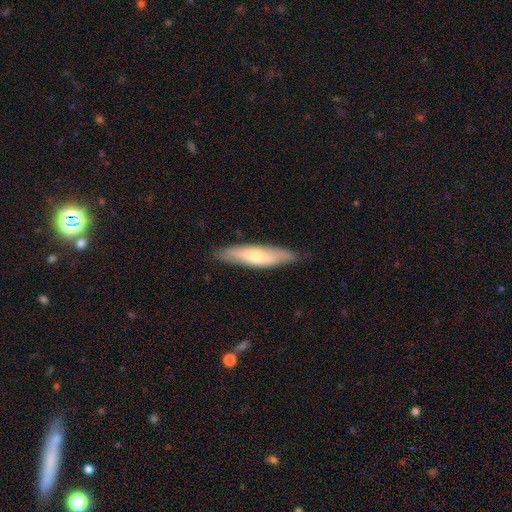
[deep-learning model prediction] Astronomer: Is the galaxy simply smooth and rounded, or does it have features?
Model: smooth — 52% (runner-up: featured or disk, 42%).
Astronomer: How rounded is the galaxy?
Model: cigar-shaped — 74%.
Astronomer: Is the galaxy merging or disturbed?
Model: none — 84%.